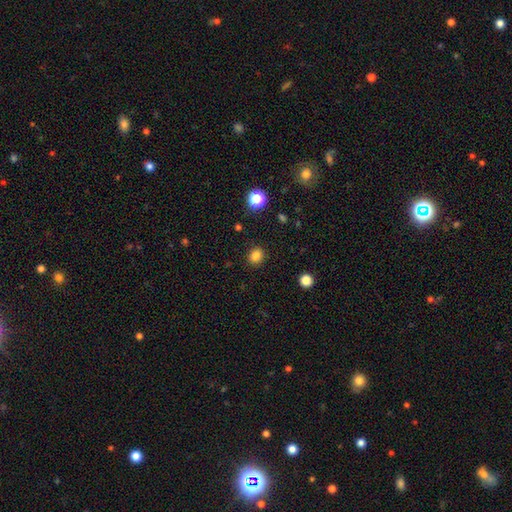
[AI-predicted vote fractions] Overall: smooth (83%). How rounded: round (71%). Merging: none (89%).